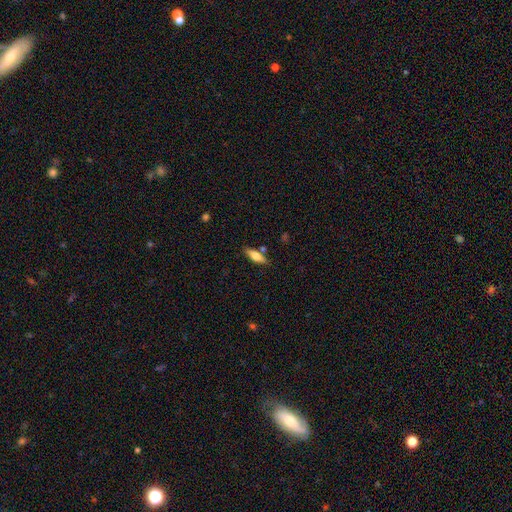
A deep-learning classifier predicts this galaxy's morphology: A smooth galaxy with no disk features (65%) that is in between round and cigar-shaped (55%). Merging: none (78%).